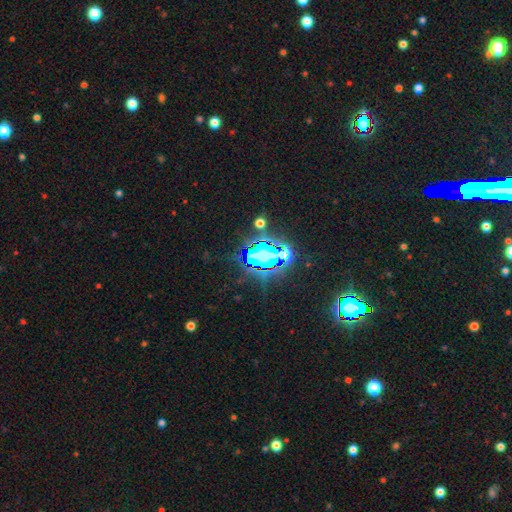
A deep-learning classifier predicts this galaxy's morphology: Smooth or featured: star or artifact — 74% (smooth — 15%)